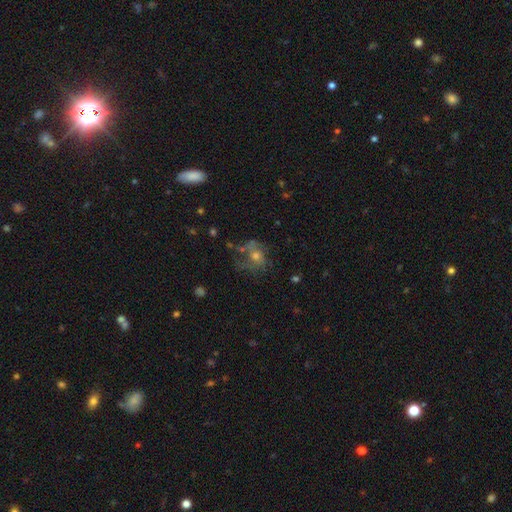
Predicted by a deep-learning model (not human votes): Smooth or featured?
  - featured or disk: 47% *
  - smooth: 33%
  - star or artifact: 20%
Merging?
  - none: 45% *
  - major disturbance: 28%
  - minor disturbance: 20%
  - merger: 7%